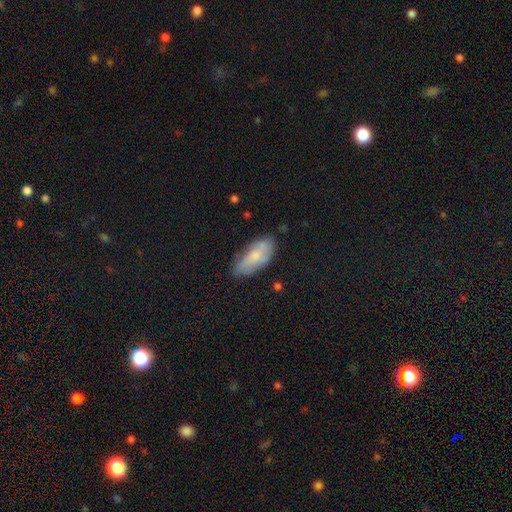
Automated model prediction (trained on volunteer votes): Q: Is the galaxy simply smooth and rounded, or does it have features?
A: smooth — 63%.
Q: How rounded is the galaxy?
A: in between — 85%.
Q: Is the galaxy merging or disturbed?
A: none — 61%.